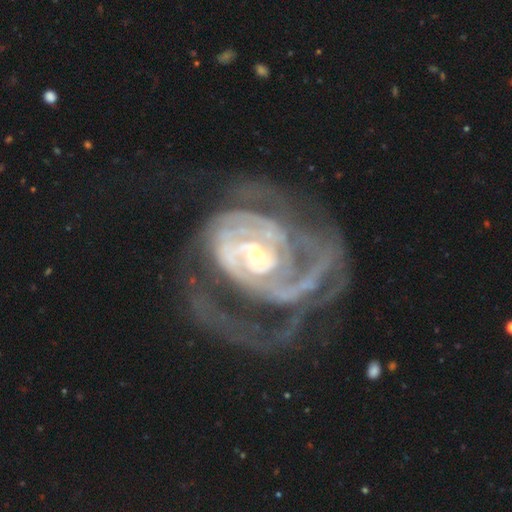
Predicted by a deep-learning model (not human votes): featured or disk 90%, star or artifact 6%, smooth 5%. Down the decision tree: edge-on disk — no (98%); bar — no (51%); spiral arms — yes (95%); spiral arm count — can't tell (29%, tied with 2); spiral winding — tight (60%); bulge size — small (53%); merging — major disturbance (44%).